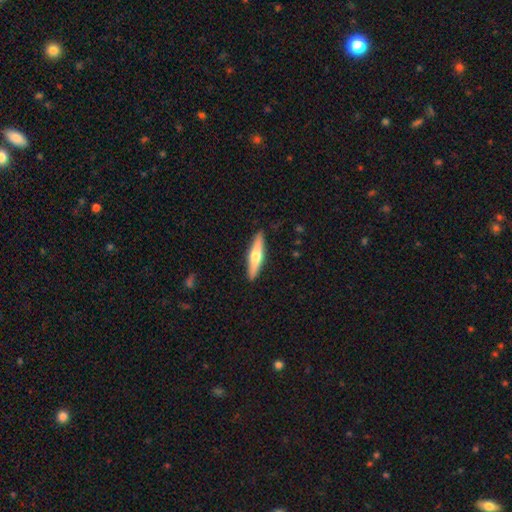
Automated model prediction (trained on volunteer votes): smooth-or-featured: featured or disk: 50% | smooth: 45% | star or artifact: 5%
  merging: none: 90% | minor disturbance: 7% | major disturbance: 2% | merger: 1%